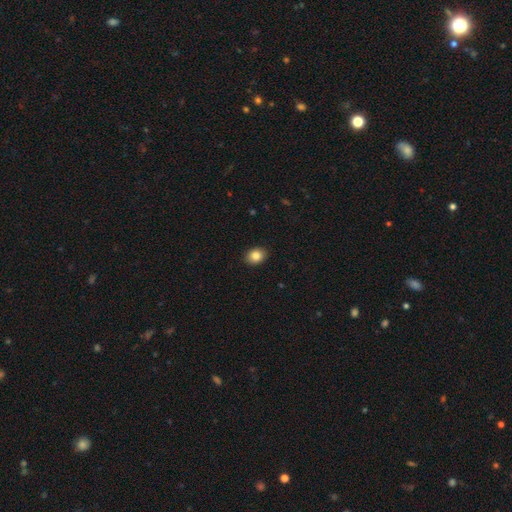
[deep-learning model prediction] Smooth or featured?
  - smooth: 85% *
  - star or artifact: 9%
  - featured or disk: 6%
How rounded?
  - in between: 62% *
  - round: 37%
  - cigar-shaped: 1%
Merging?
  - none: 91% *
  - minor disturbance: 7%
  - major disturbance: 2%
  - merger: 1%